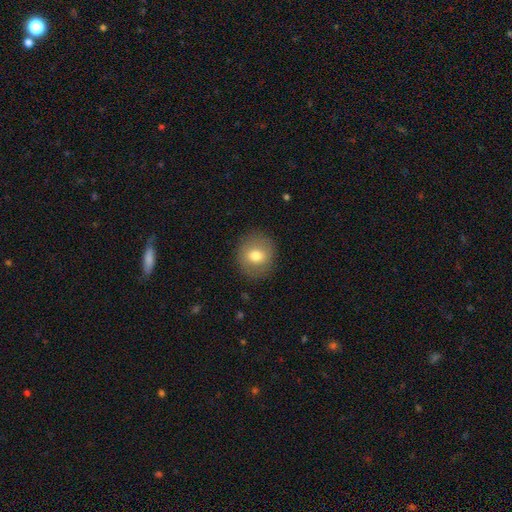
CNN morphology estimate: Q: Smooth or featured?
A: smooth (73%); runner-up: featured or disk (19%)
Q: How rounded?
A: round (78%); runner-up: in between (21%)
Q: Merging?
A: none (86%); runner-up: minor disturbance (9%)